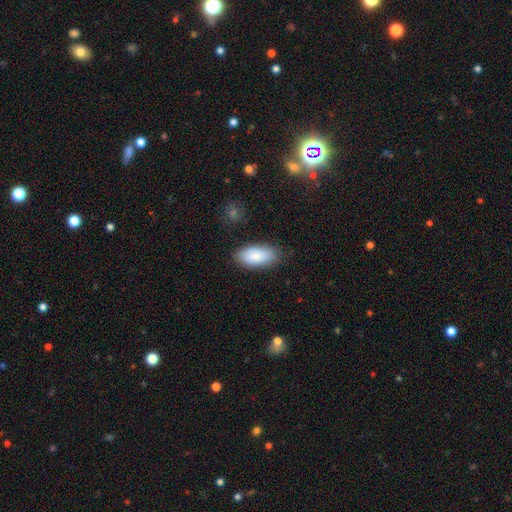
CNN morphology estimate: This appears to be a smooth galaxy with no disk features (84%) that is in between round and cigar-shaped (92%). Merging: none (81%).